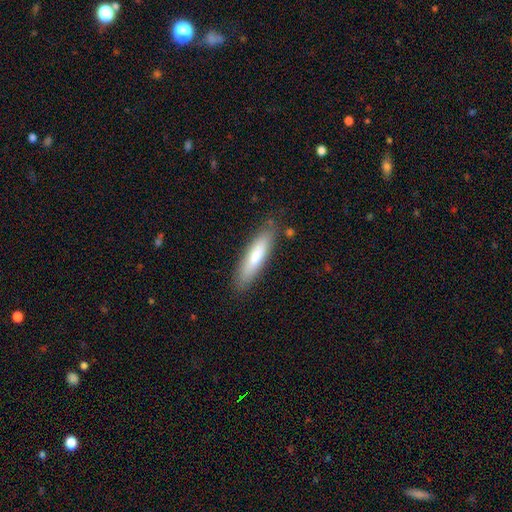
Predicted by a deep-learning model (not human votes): Smooth or featured? smooth (74%)
How rounded? cigar-shaped (76%)
Merging? none (84%)